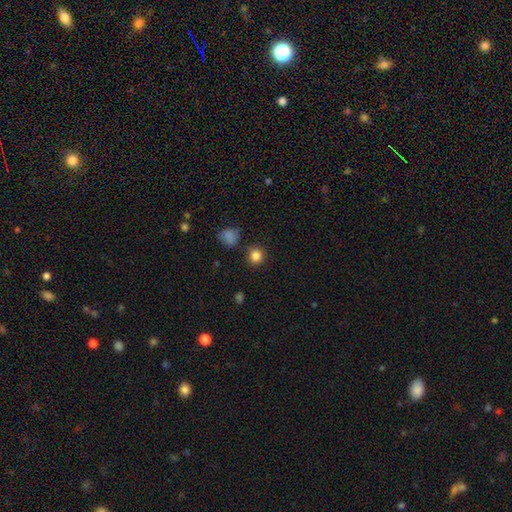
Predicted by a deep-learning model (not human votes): smooth-or-featured: smooth: 84% | star or artifact: 12% | featured or disk: 4%
  how-rounded: round: 91% | in between: 8% | cigar-shaped: 1%
  merging: none: 85% | minor disturbance: 8% | merger: 4% | major disturbance: 3%